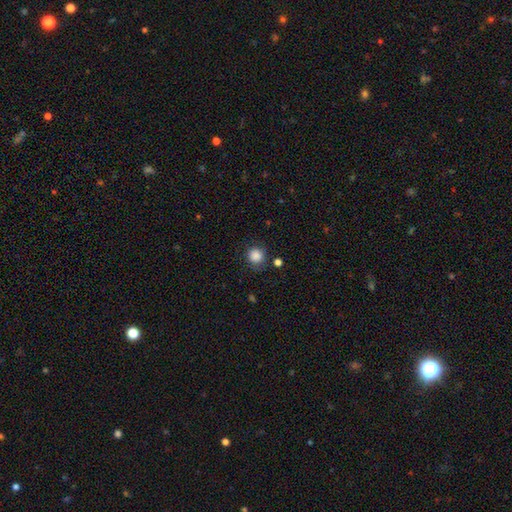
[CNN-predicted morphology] Smooth or featured? smooth (86%)
How rounded? round (90%)
Merging? none (78%)